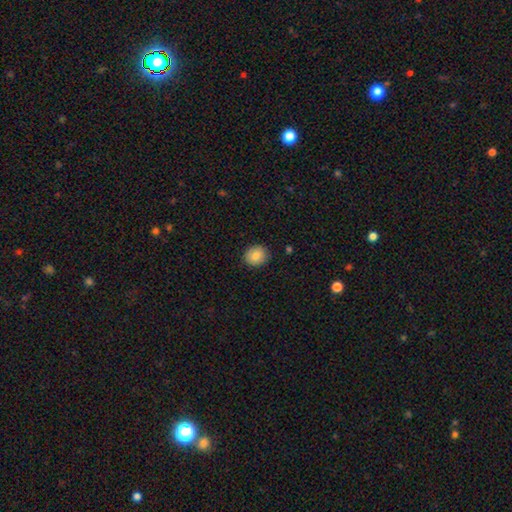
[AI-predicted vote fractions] Smooth or featured: smooth — 84% (star or artifact — 8%)
How rounded: round — 77% (in between — 22%)
Merging: none — 89% (minor disturbance — 8%)